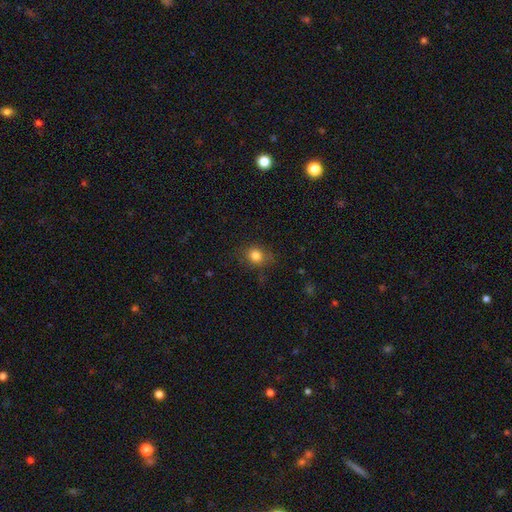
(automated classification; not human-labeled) Smooth or featured?
  - smooth: 81% *
  - star or artifact: 12%
  - featured or disk: 7%
How rounded?
  - round: 75% *
  - in between: 24%
  - cigar-shaped: 1%
Merging?
  - none: 79% *
  - minor disturbance: 15%
  - major disturbance: 5%
  - merger: 1%